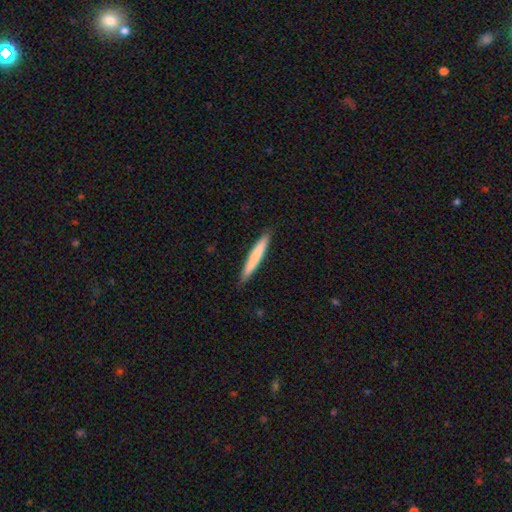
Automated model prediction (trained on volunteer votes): Q: Smooth or featured?
A: smooth (73%); runner-up: featured or disk (22%)
Q: How rounded?
A: cigar-shaped (96%); runner-up: in between (3%)
Q: Merging?
A: none (89%); runner-up: minor disturbance (8%)